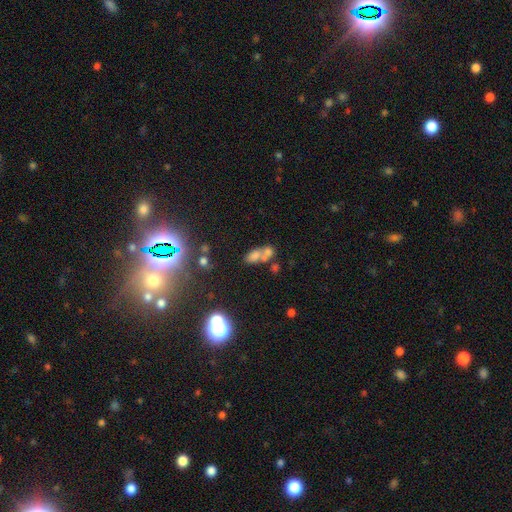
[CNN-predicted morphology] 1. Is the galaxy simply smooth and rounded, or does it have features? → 60% smooth, 22% featured or disk, 19% star or artifact.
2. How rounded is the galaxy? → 74% in between, 19% round, 7% cigar-shaped.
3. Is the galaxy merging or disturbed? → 58% merger, 26% none, 9% minor disturbance, 7% major disturbance.